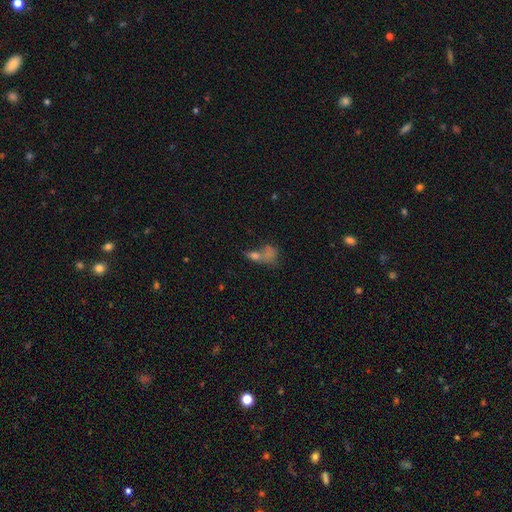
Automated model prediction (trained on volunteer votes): smooth 59%, featured or disk 21%, star or artifact 20%. Down the decision tree: how rounded — in between (65%); merging — merger (50%).